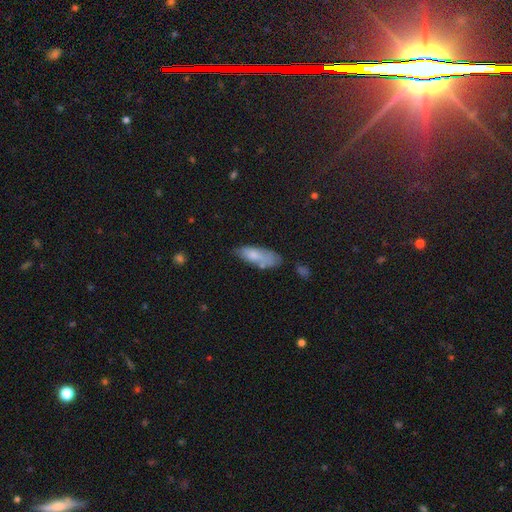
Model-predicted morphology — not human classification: Smooth or featured? smooth (71%)
How rounded? in between (73%)
Merging? none (48%)